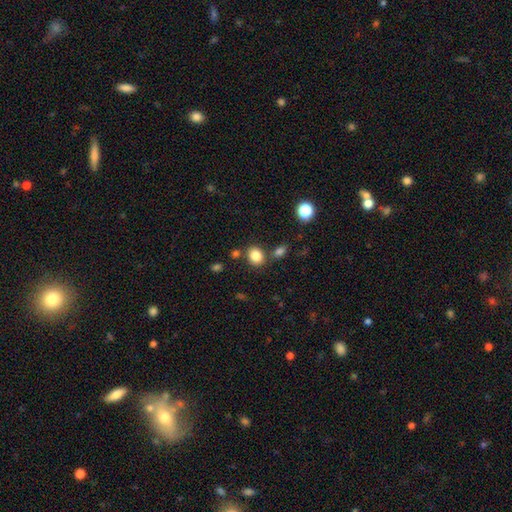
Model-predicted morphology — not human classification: A smooth galaxy with no disk features (84%) that is round (55%). Merging: none (73%).